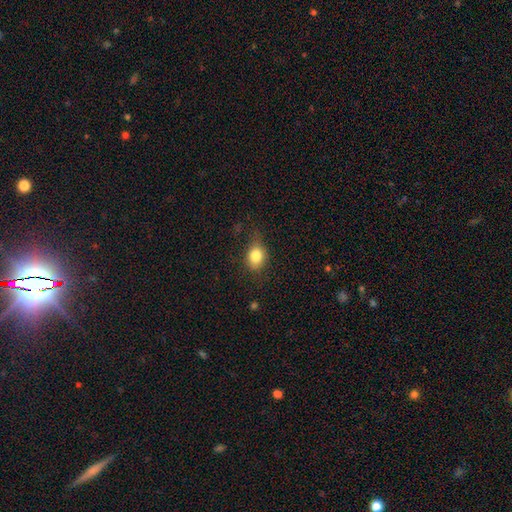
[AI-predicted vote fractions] smooth-or-featured: smooth: 81% | star or artifact: 10% | featured or disk: 9%
  how-rounded: in between: 53% | round: 45% | cigar-shaped: 1%
  merging: none: 65% | minor disturbance: 25% | major disturbance: 8% | merger: 1%